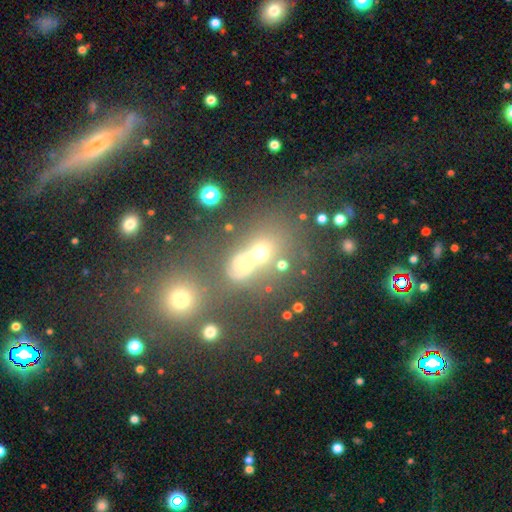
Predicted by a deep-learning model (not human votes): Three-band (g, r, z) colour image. It shows a smooth galaxy with no disk features (46%). Merging: merger (43%).